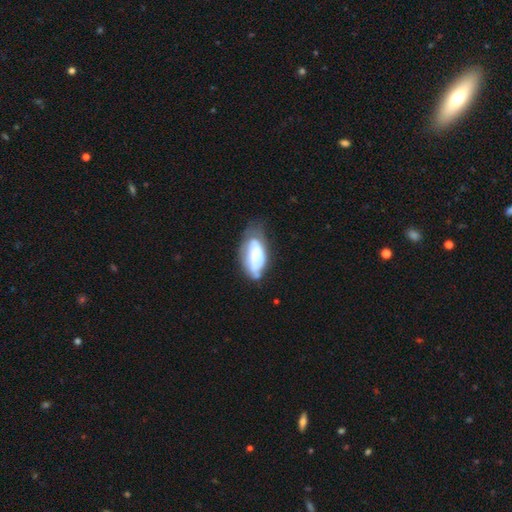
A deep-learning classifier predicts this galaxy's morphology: Overall: smooth (50%; featured or disk 43%). How rounded: in between (90%). Merging: none (38%; minor disturbance 35%).